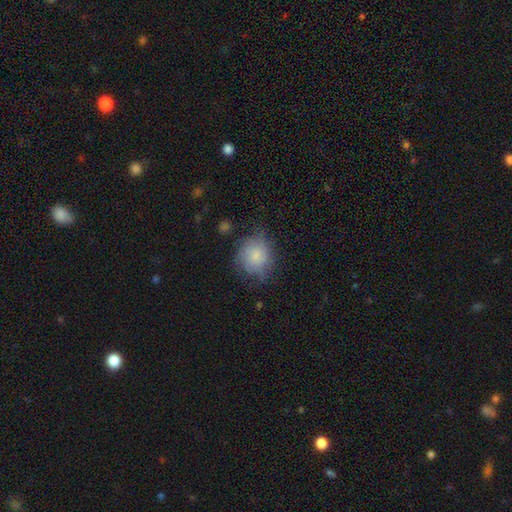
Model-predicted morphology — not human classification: This appears to be a smooth galaxy with no disk features (71%) that is round (82%). Merging: none (57%).